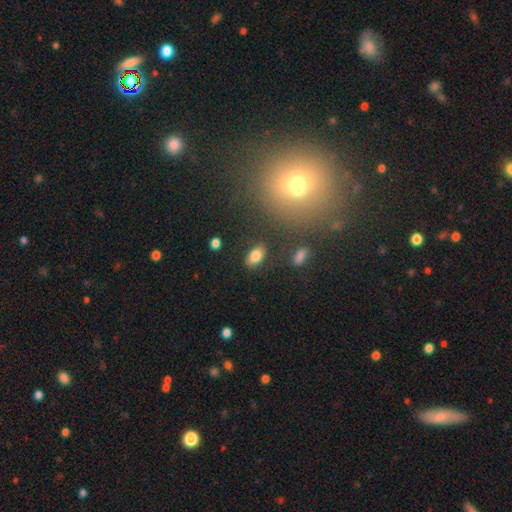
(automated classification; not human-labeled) Morphology: type=smooth (82%); roundness=in between (90%); merging=none (84%).